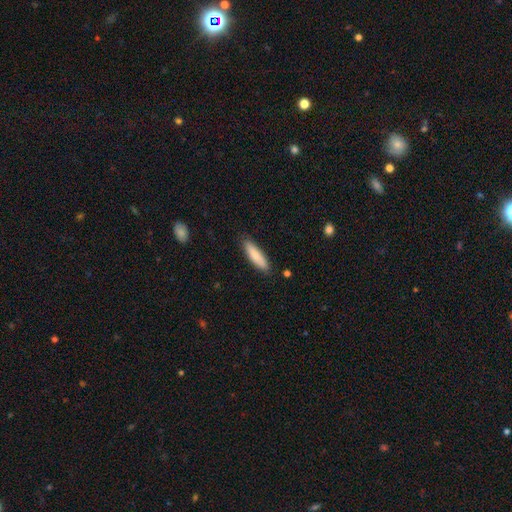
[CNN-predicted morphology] smooth-or-featured: smooth: 81% | featured or disk: 14% | star or artifact: 6%
  how-rounded: cigar-shaped: 66% | in between: 32% | round: 1%
  merging: none: 87% | minor disturbance: 10% | major disturbance: 2% | merger: 1%